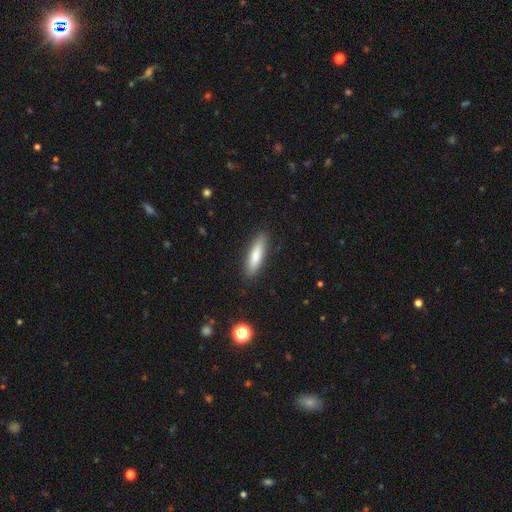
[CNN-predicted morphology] A smooth galaxy with no disk features (80%) that is cigar-shaped (69%).

Vote fractions:
- Smooth or featured? smooth: 80% / featured or disk: 13% / star or artifact: 6%
- How rounded? cigar-shaped: 69% / in between: 29% / round: 1%
- Merging? none: 88% / minor disturbance: 9% / major disturbance: 2% / merger: 1%